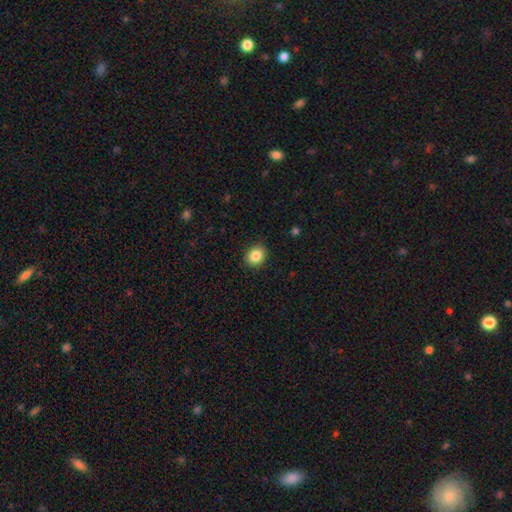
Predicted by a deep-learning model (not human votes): A smooth galaxy with no disk features (85%) that is round (60%).

Vote fractions:
- Smooth or featured? smooth: 85% / star or artifact: 9% / featured or disk: 6%
- How rounded? round: 60% / in between: 39% / cigar-shaped: 1%
- Merging? none: 90% / minor disturbance: 7% / major disturbance: 2% / merger: 1%